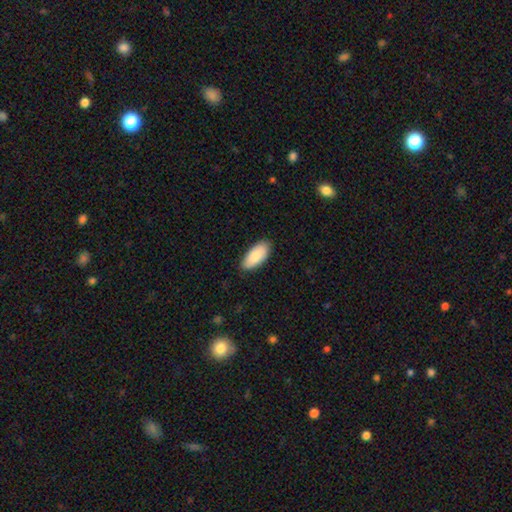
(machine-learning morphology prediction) Smooth or featured? smooth (86%)
How rounded? in between (91%)
Merging? none (85%)